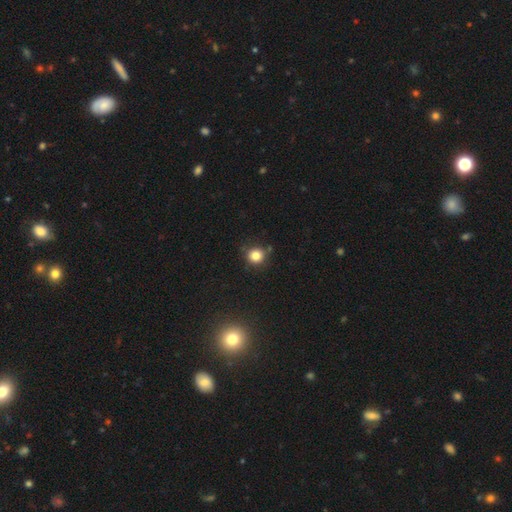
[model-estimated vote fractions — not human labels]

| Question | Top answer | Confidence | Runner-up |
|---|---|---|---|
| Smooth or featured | smooth | 81% | star or artifact (13%) |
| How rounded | round | 89% | in between (10%) |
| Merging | none | 80% | minor disturbance (13%) |